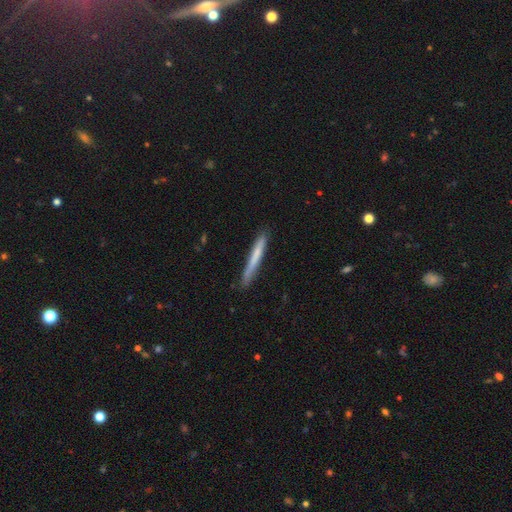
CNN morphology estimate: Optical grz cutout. It shows a smooth galaxy with no disk features (66%) that is cigar-shaped (96%). Merging: none (82%).